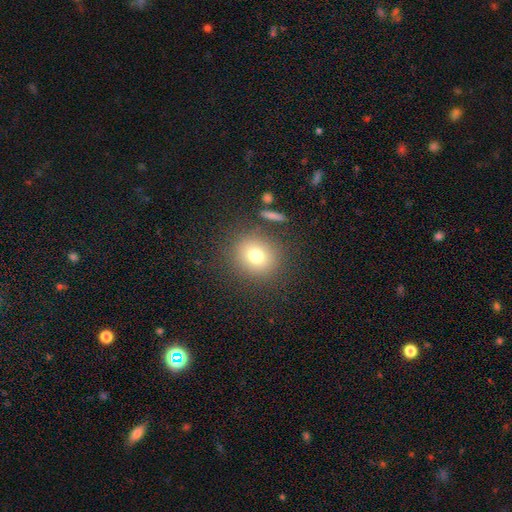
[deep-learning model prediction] Smooth or featured: smooth — 74% (star or artifact — 14%)
How rounded: round — 81% (in between — 18%)
Merging: none — 84% (minor disturbance — 9%)